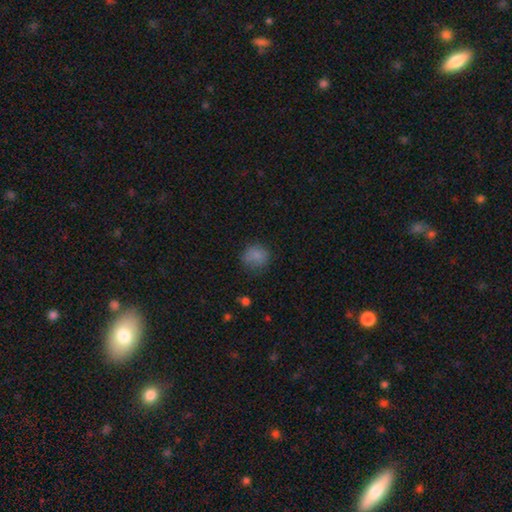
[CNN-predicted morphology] smooth_or_featured: smooth (p=0.80) [alt: star or artifact p=0.12]
how_rounded: round (p=0.79) [alt: in between p=0.20]
merging: none (p=0.71) [alt: minor disturbance p=0.21]